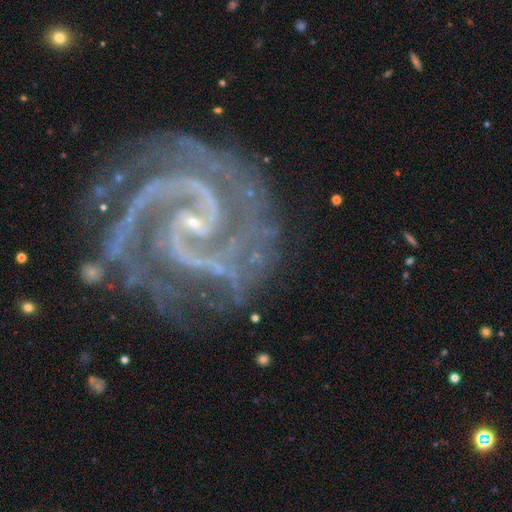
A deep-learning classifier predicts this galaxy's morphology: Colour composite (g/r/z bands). It shows a featured or disk galaxy (94%) with a weak bar (41%), 2 (84%) medium (48%) spiral arms (99%) and a small central bulge (82%). Merging: none (70%).